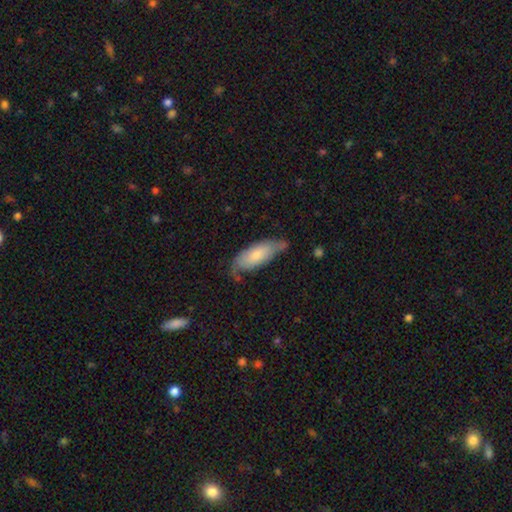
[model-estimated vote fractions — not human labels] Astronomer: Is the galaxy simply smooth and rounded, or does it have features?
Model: smooth — 68%.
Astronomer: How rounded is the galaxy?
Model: in between — 71%.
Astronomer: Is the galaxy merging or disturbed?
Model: none — 56% (runner-up: minor disturbance, 33%).